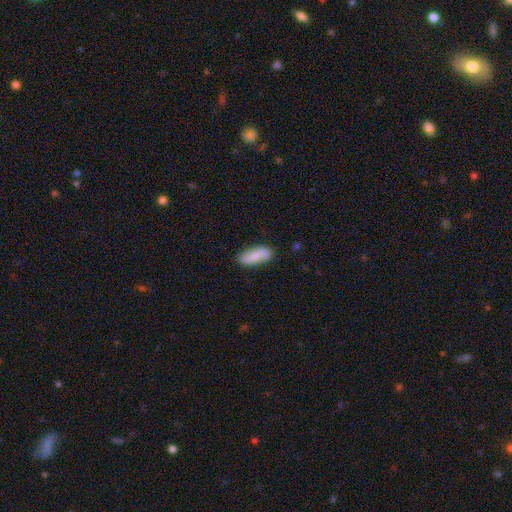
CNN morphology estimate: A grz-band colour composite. It shows a smooth galaxy with no disk features (67%) that is in between round and cigar-shaped (78%). Merging: none (78%).